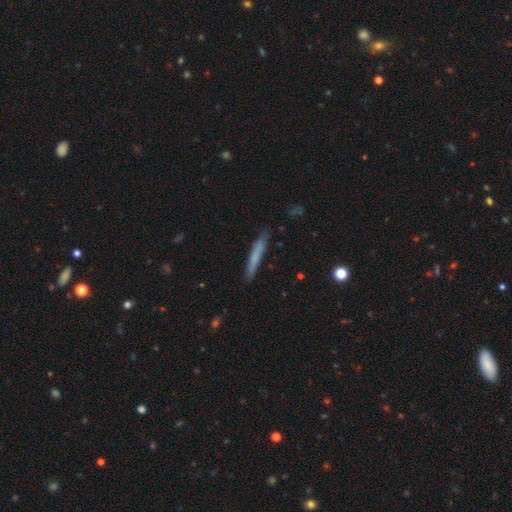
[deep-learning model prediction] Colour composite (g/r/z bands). It shows a smooth galaxy with no disk features (68%) that is cigar-shaped (95%). Merging: none (85%).